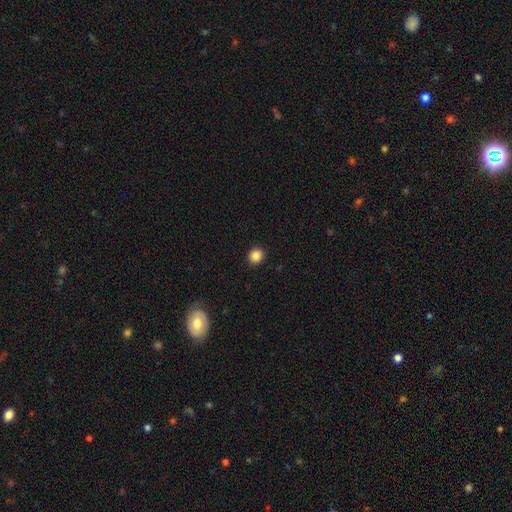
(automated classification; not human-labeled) The model was most divided on "how rounded": round: 85%, in between: 15%, cigar-shaped: 1%. More confident: merging — none (92%); smooth or featured — smooth (86%).